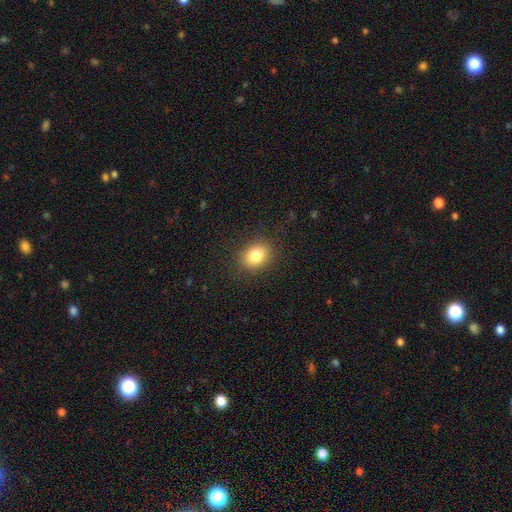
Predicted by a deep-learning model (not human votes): Q: Smooth or featured?
A: smooth (82%); runner-up: star or artifact (10%)
Q: How rounded?
A: in between (51%); runner-up: round (48%)
Q: Merging?
A: none (87%); runner-up: minor disturbance (9%)